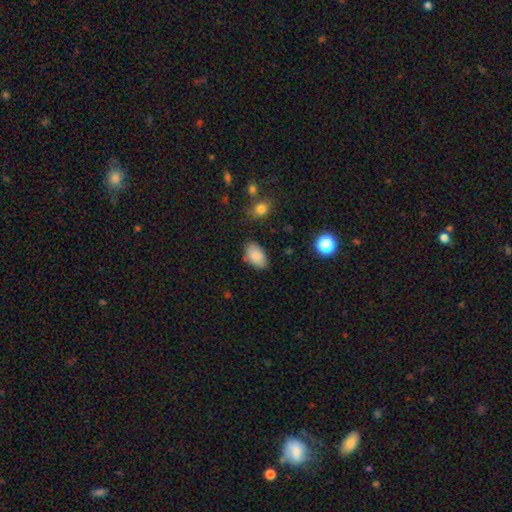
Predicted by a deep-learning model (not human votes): The model was most divided on "merging": none: 78%, minor disturbance: 16%, major disturbance: 3%, merger: 2%. More confident: how rounded — in between (93%); smooth or featured — smooth (86%).